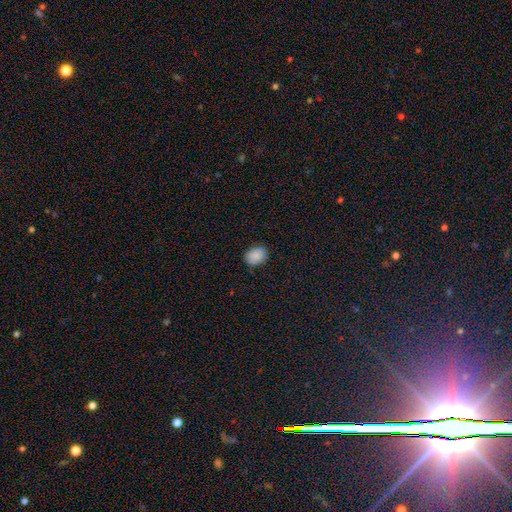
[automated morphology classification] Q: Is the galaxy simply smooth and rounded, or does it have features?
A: smooth — 88%.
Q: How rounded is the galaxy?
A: in between — 66%.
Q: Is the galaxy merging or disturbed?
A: none — 84%.